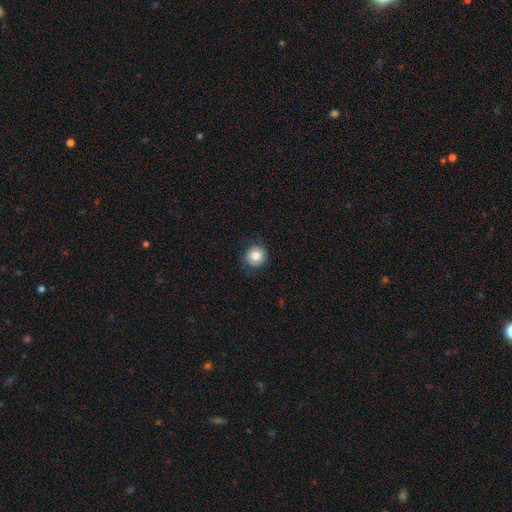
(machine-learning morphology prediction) smooth 77%, featured or disk 14%, star or artifact 9%. Down the decision tree: how rounded — round (89%); merging — none (80%).